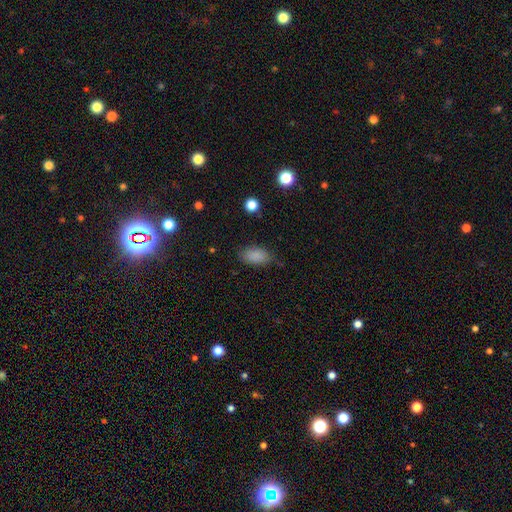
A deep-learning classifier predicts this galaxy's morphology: smooth_or_featured: smooth (p=0.86) [alt: star or artifact p=0.09]
how_rounded: in between (p=0.91) [alt: round p=0.05]
merging: none (p=0.76) [alt: minor disturbance p=0.18]